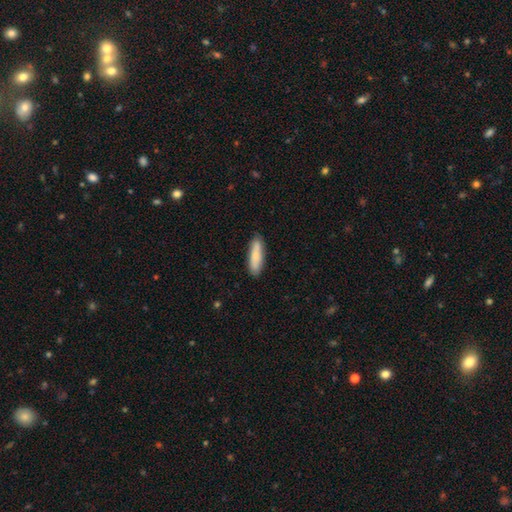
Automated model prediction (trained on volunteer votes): A smooth galaxy with no disk features (79%) that is cigar-shaped (63%).

Vote fractions:
- Smooth or featured? smooth: 79% / featured or disk: 16% / star or artifact: 6%
- How rounded? cigar-shaped: 63% / in between: 35% / round: 2%
- Merging? none: 85% / minor disturbance: 12% / major disturbance: 2% / merger: 1%